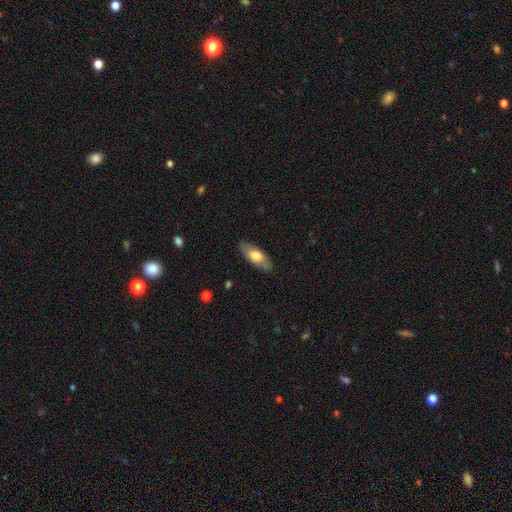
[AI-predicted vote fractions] This is likely a smooth galaxy (63%). How rounded: likely in between (79%). Merging: clearly none (85%).